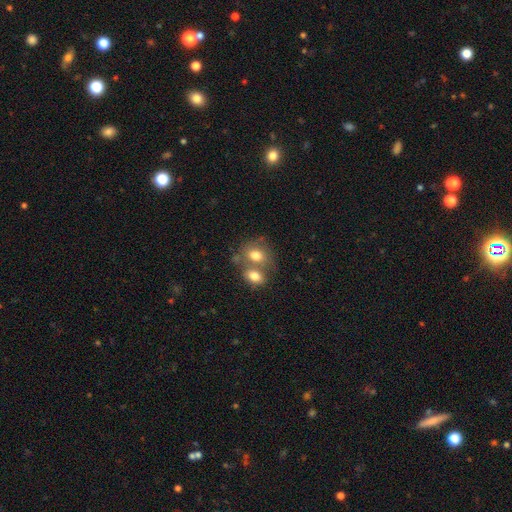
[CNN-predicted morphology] Overall: smooth (75%). How rounded: in between (54%; round 45%). Merging: merger (57%; none 29%).